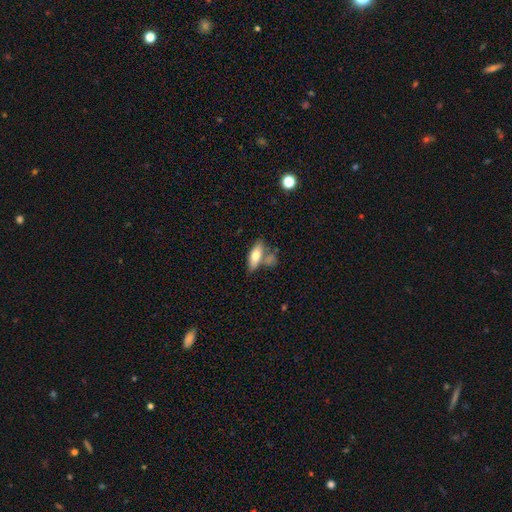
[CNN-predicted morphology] A smooth galaxy with no disk features (68%) that is in between round and cigar-shaped (67%). Merging: none (58%).